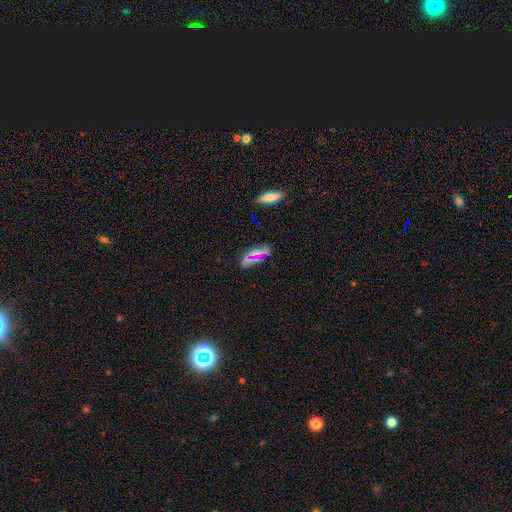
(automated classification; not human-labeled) Smooth or featured? smooth (58%)
How rounded? in between (73%)
Merging? none (76%)